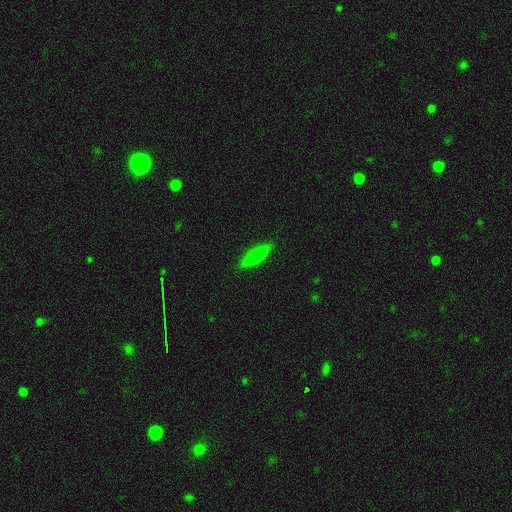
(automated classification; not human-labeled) Smooth or featured?
  - smooth: 71% *
  - featured or disk: 22%
  - star or artifact: 7%
How rounded?
  - cigar-shaped: 81% *
  - in between: 17%
  - round: 2%
Merging?
  - none: 89% *
  - minor disturbance: 8%
  - major disturbance: 2%
  - merger: 1%